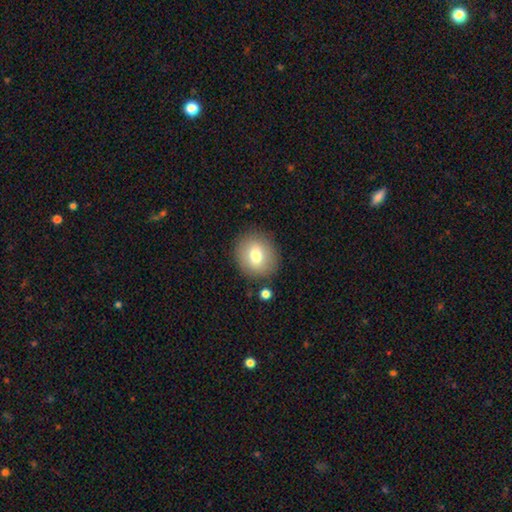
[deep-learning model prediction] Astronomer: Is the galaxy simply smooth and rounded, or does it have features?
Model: smooth — 75%.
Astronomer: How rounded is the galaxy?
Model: round — 75%.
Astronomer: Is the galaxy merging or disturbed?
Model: none — 85%.